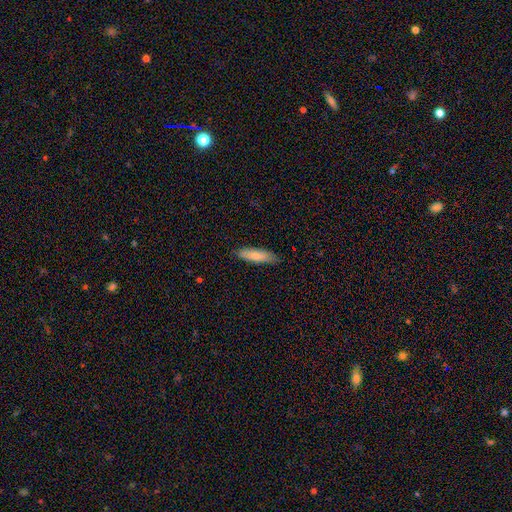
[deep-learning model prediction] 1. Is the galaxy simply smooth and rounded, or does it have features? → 78% smooth, 17% featured or disk, 6% star or artifact.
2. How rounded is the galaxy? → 60% cigar-shaped, 39% in between, 2% round.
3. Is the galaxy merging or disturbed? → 84% none, 13% minor disturbance, 2% major disturbance, 1% merger.